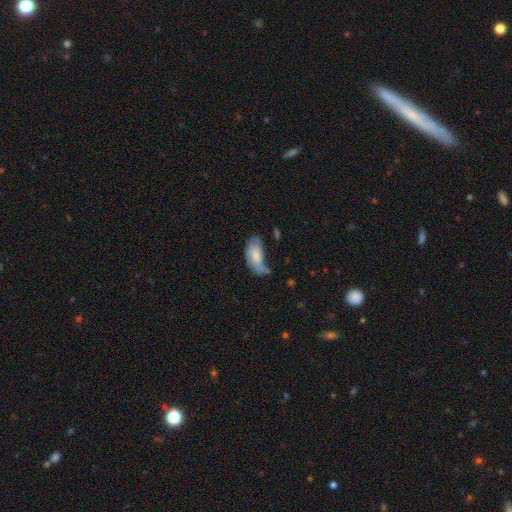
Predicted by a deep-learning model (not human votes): A smooth galaxy with no disk features (71%) that is in between round and cigar-shaped (91%).

Vote fractions:
- Smooth or featured? smooth: 71% / featured or disk: 22% / star or artifact: 7%
- How rounded? in between: 91% / cigar-shaped: 7% / round: 3%
- Merging? minor disturbance: 36% / none: 33% / major disturbance: 20% / merger: 11%